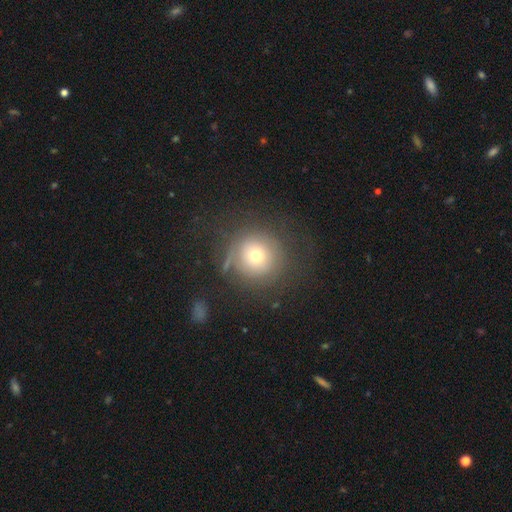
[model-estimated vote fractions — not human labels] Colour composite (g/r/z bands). It shows a smooth galaxy with no disk features (64%) that is round (94%). Merging: none (69%).